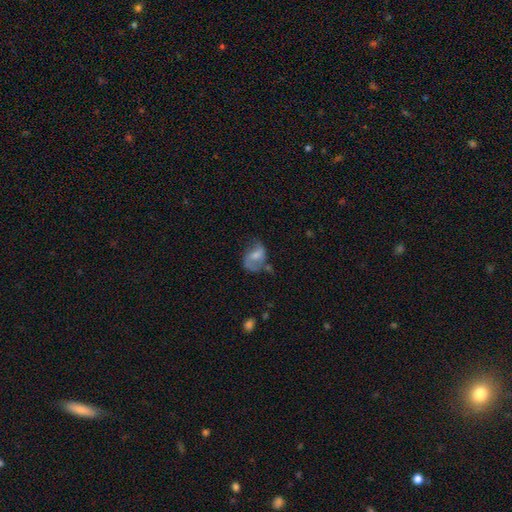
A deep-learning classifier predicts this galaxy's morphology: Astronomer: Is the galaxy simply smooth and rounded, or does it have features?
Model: featured or disk — 55% (runner-up: smooth, 36%).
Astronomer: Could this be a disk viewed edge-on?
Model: no — 97%.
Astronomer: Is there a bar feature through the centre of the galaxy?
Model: weak — 45% (runner-up: no, 42%).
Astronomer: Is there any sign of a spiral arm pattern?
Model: yes — 79%.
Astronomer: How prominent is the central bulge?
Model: moderate — 43% (runner-up: small, 34%).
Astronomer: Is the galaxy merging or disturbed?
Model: none — 41% (runner-up: minor disturbance, 28%).